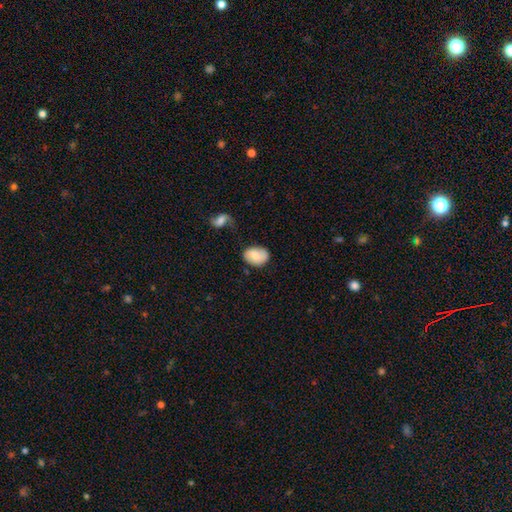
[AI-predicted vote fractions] A smooth galaxy with no disk features (74%) that is in between round and cigar-shaped (77%).

Vote fractions:
- Smooth or featured? smooth: 74% / featured or disk: 19% / star or artifact: 7%
- How rounded? in between: 77% / round: 22% / cigar-shaped: 1%
- Merging? none: 68% / minor disturbance: 21% / major disturbance: 6% / merger: 5%